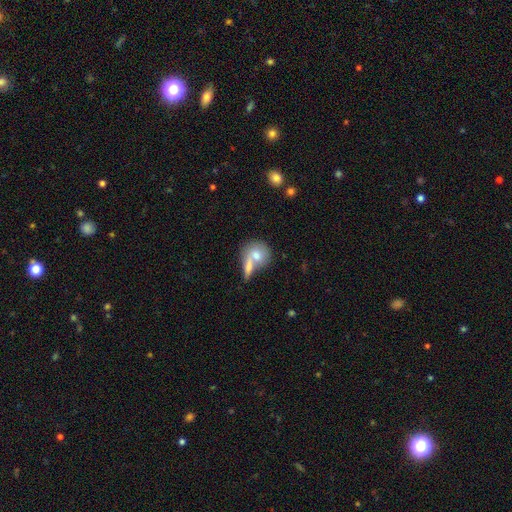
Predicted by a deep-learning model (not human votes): smooth 73%, featured or disk 21%, star or artifact 7%. Down the decision tree: how rounded — round (63%); merging — merger (53%).